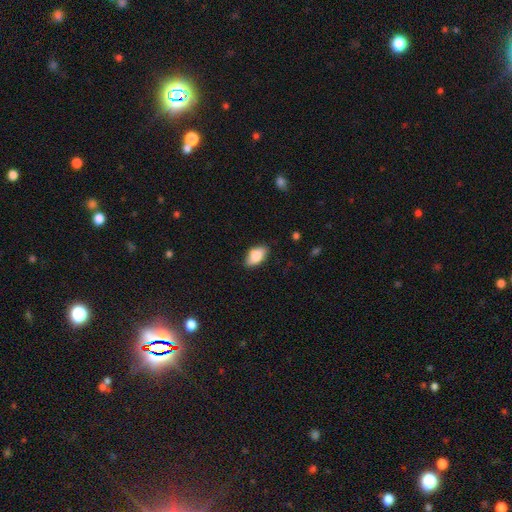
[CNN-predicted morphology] smooth_or_featured: smooth (p=0.80) [alt: featured or disk p=0.13]
how_rounded: in between (p=0.91) [alt: round p=0.05]
merging: none (p=0.80) [alt: minor disturbance p=0.16]